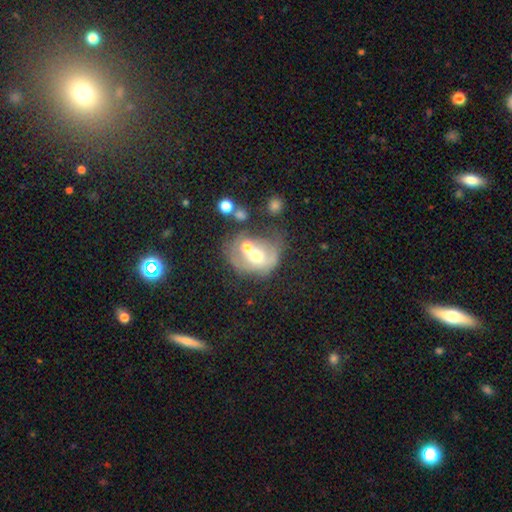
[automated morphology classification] Smooth or featured: smooth — 45% (featured or disk — 44%)
Merging: merger — 50% (none — 21%)